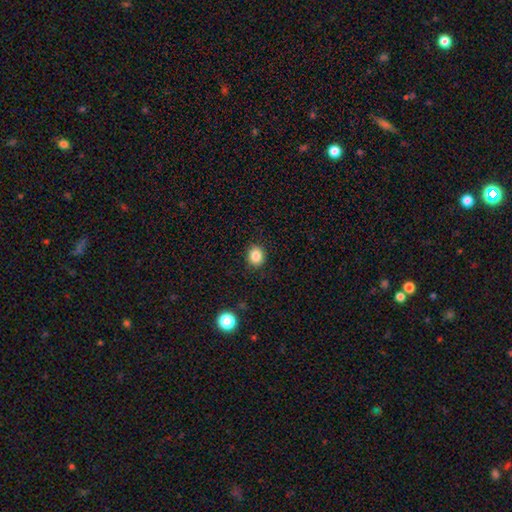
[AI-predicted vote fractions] This appears to be a smooth galaxy with no disk features (86%) that is round (68%). Merging: none (90%).